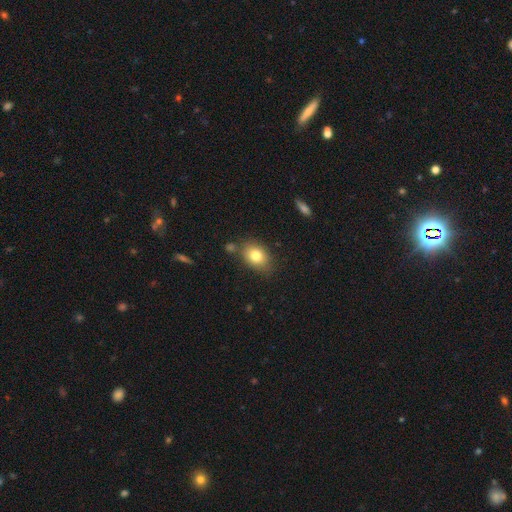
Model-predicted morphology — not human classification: smooth_or_featured: smooth (p=0.80) [alt: featured or disk p=0.11]
how_rounded: in between (p=0.69) [alt: round p=0.30]
merging: none (p=0.75) [alt: minor disturbance p=0.15]